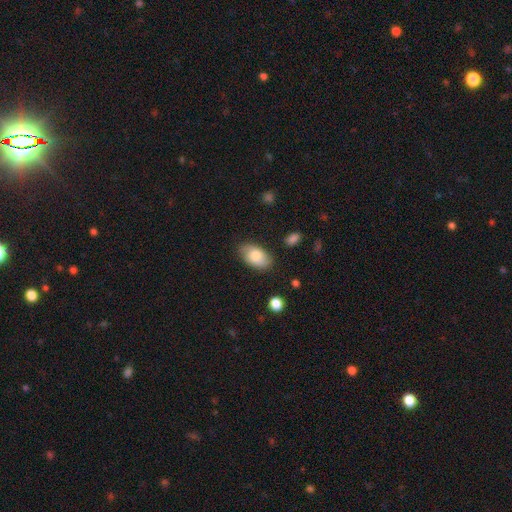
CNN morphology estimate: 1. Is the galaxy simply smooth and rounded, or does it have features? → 76% smooth, 17% featured or disk, 7% star or artifact.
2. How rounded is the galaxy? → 93% in between, 5% round, 2% cigar-shaped.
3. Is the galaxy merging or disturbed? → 79% none, 16% minor disturbance, 3% major disturbance, 2% merger.